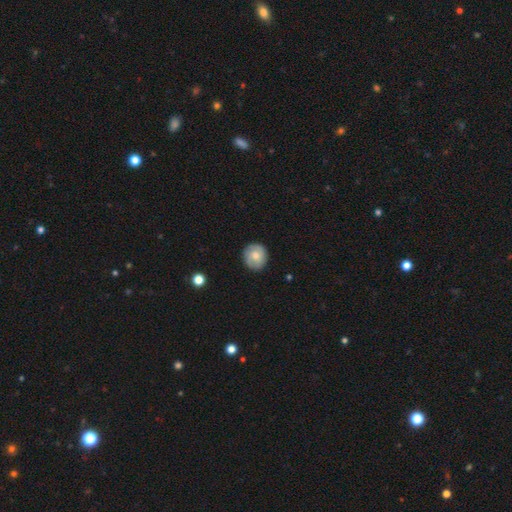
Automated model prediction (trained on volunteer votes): Smooth or featured? Predicted: smooth (p=0.62). How rounded? Predicted: round (p=0.86). Merging? Predicted: none (p=0.85).